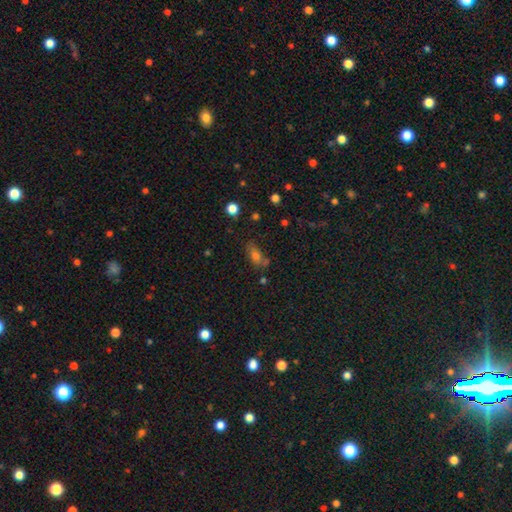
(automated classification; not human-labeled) Q: Smooth or featured?
A: smooth (62%); runner-up: star or artifact (22%)
Q: How rounded?
A: in between (76%); runner-up: cigar-shaped (13%)
Q: Merging?
A: none (60%); runner-up: minor disturbance (22%)